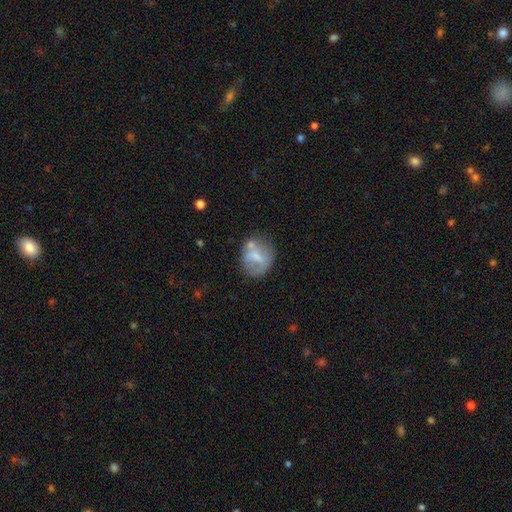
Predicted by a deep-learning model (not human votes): This is possibly a smooth galaxy (51%). How rounded: possibly round (59%). Merging: possibly none (49%).